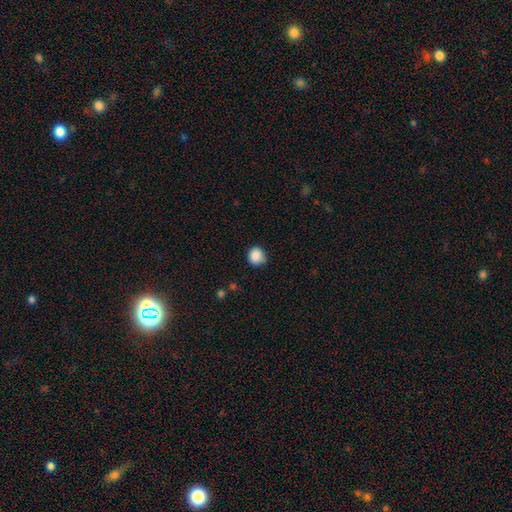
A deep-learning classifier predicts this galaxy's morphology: The model was most divided on "merging": none: 72%, minor disturbance: 21%, major disturbance: 4%, merger: 3%. More confident: smooth or featured — smooth (87%); how rounded — round (81%).